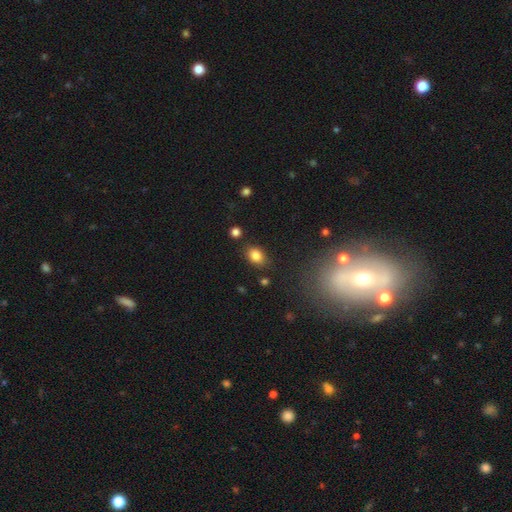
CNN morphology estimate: A smooth galaxy with no disk features (84%) that is in between round and cigar-shaped (71%).

Vote fractions:
- Smooth or featured? smooth: 84% / star or artifact: 10% / featured or disk: 6%
- How rounded? in between: 71% / round: 28% / cigar-shaped: 1%
- Merging? none: 82% / minor disturbance: 12% / merger: 4% / major disturbance: 3%